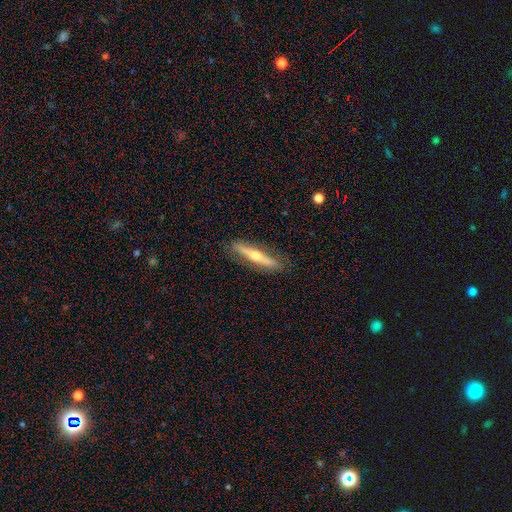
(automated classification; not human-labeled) The model was most divided on "smooth or featured": featured or disk: 64%, smooth: 31%, star or artifact: 6%. More confident: edge-on disk — yes (92%); edge-on bulge — rounded (90%); merging — none (85%).